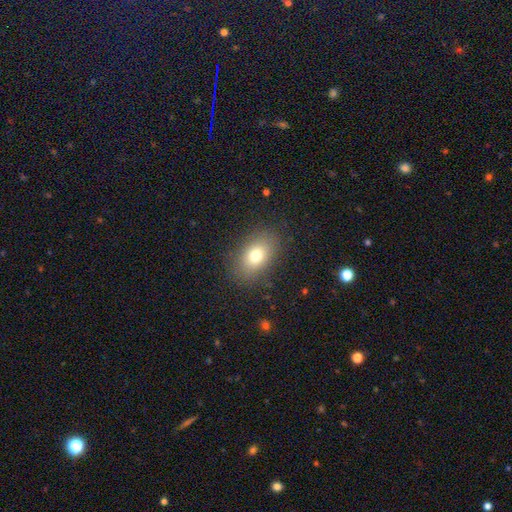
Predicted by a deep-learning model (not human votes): Smooth or featured: smooth — 75% (featured or disk — 14%)
How rounded: in between — 82% (round — 17%)
Merging: none — 85% (minor disturbance — 10%)